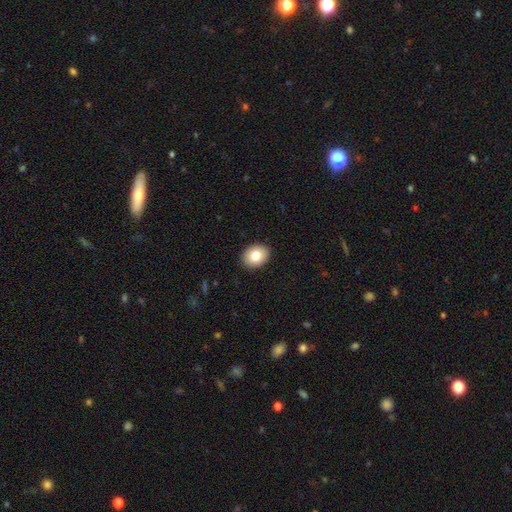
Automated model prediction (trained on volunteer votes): Smooth or featured? smooth (80%)
How rounded? in between (60%)
Merging? none (91%)